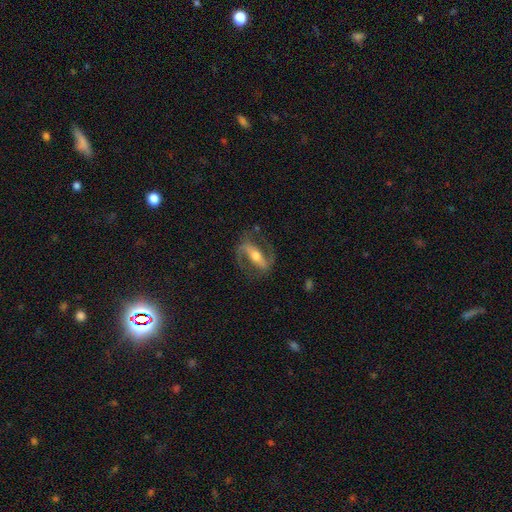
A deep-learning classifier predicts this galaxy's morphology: type=featured or disk (84%); edge-on=no (86%); bar=strong (68%); spiral arms=yes (88%); winding=medium (50%); arm count=2 (90%); bulge=moderate (62%); merging=none (77%).